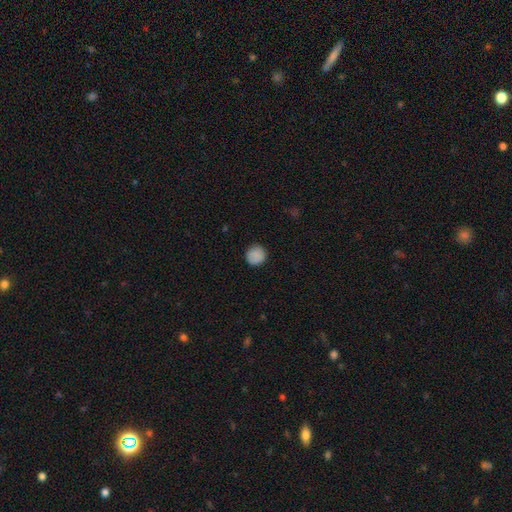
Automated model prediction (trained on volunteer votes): Q: Smooth or featured?
A: smooth (87%); runner-up: star or artifact (9%)
Q: How rounded?
A: round (92%); runner-up: in between (7%)
Q: Merging?
A: none (89%); runner-up: minor disturbance (8%)